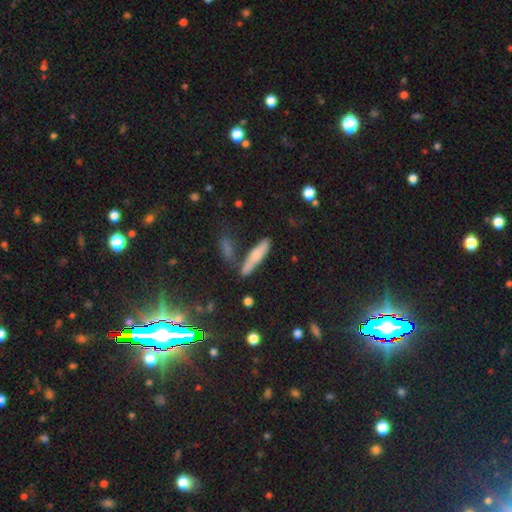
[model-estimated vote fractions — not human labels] Smooth or featured? smooth (66%)
How rounded? cigar-shaped (80%)
Merging? none (69%)